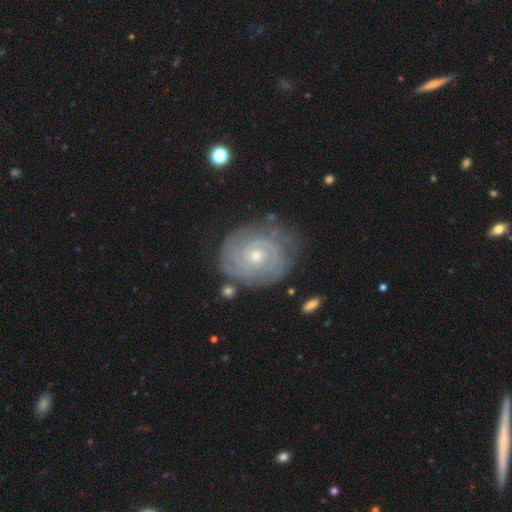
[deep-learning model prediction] Smooth or featured? featured or disk (88%)
Edge-on disk? no (97%)
Bar? no (71%)
Spiral arms? yes (97%)
Spiral winding? tight (83%)
Spiral arm count? 2 (44%)
Bulge size? moderate (50%)
Merging? none (78%)